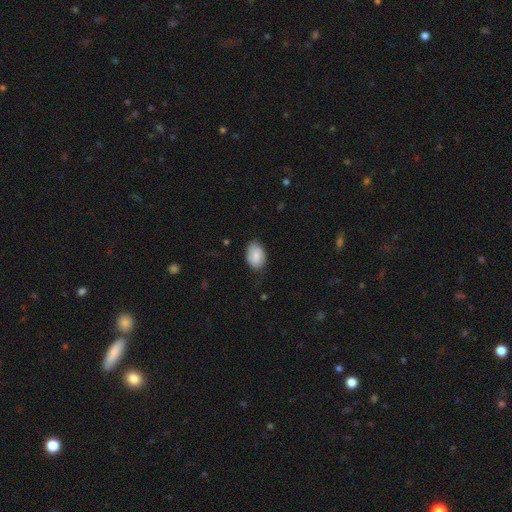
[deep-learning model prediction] Overall: smooth (80%). How rounded: in between (85%). Merging: none (73%).